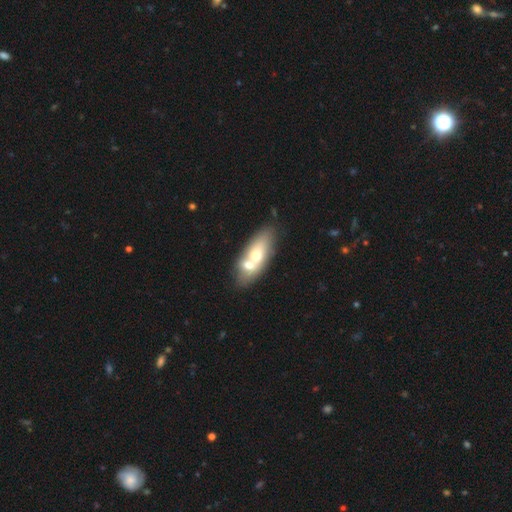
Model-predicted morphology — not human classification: smooth-or-featured: smooth: 56% | featured or disk: 36% | star or artifact: 8%
  how-rounded: in between: 77% | cigar-shaped: 16% | round: 8%
  merging: merger: 59% | none: 29% | minor disturbance: 8% | major disturbance: 4%